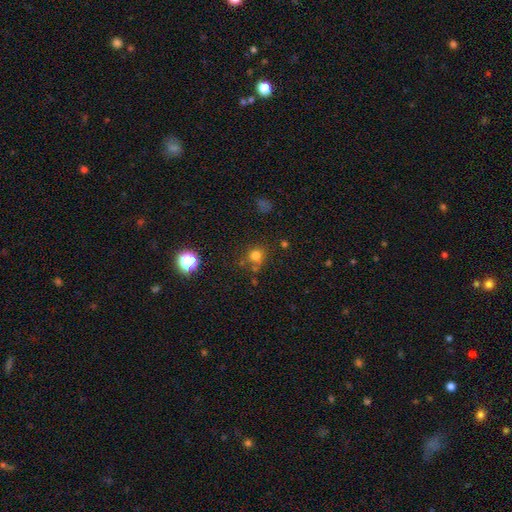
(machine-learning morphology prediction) This is likely a smooth galaxy (75%). How rounded: clearly round (85%). Merging: likely none (70%).